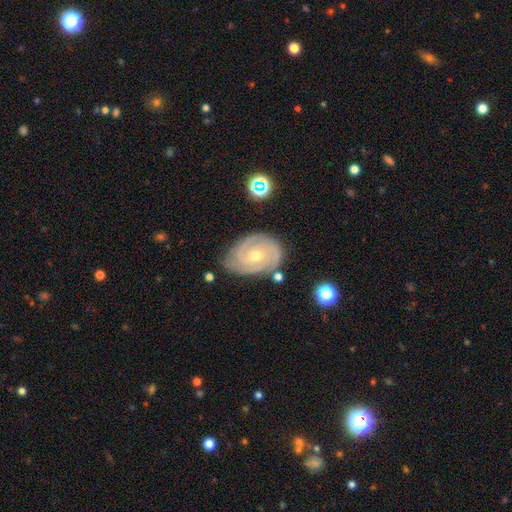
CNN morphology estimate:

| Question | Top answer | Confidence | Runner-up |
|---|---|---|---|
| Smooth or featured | featured or disk | 87% | smooth (7%) |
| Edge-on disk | no | 97% | yes (3%) |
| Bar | no | 62% | weak (30%) |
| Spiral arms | yes | 97% | no (3%) |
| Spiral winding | tight | 74% | medium (23%) |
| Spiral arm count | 2 | 44% | 3 (29%) |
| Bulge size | small | 53% | moderate (44%) |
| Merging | none | 74% | minor disturbance (19%) |